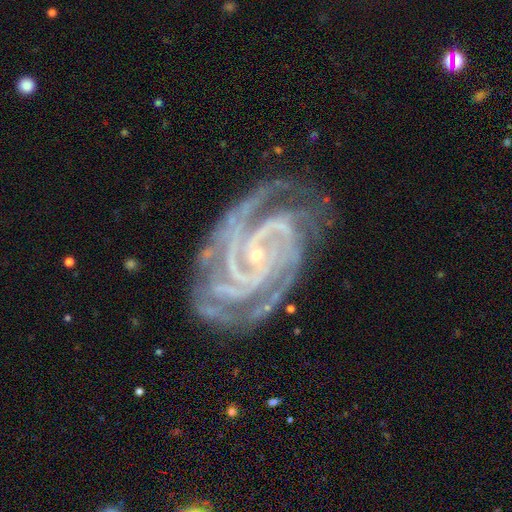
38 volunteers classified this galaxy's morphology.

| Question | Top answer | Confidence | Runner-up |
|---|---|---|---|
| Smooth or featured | featured or disk | 97% | smooth (3%) |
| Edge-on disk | no | 100% | — |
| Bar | no | 54% | weak (27%) |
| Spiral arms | yes | 100% | — |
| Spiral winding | tight | 84% | medium (16%) |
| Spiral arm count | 3 | 57% | 4 (24%) |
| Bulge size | small | 84% | moderate (8%) |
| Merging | none | 79% | minor disturbance (21%) |